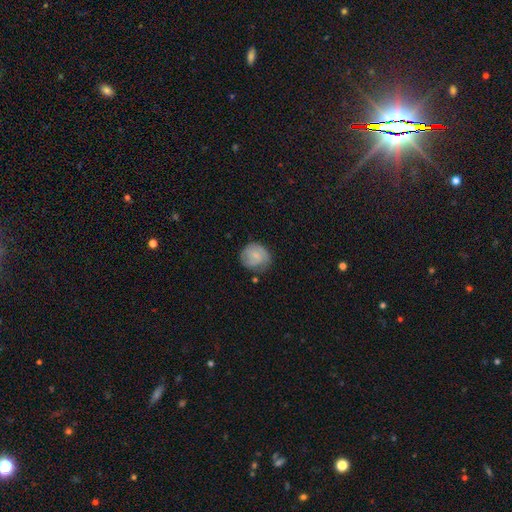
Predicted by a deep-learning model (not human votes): Smooth or featured: smooth — 55% (featured or disk — 37%)
How rounded: round — 84% (in between — 15%)
Merging: none — 66% (minor disturbance — 24%)